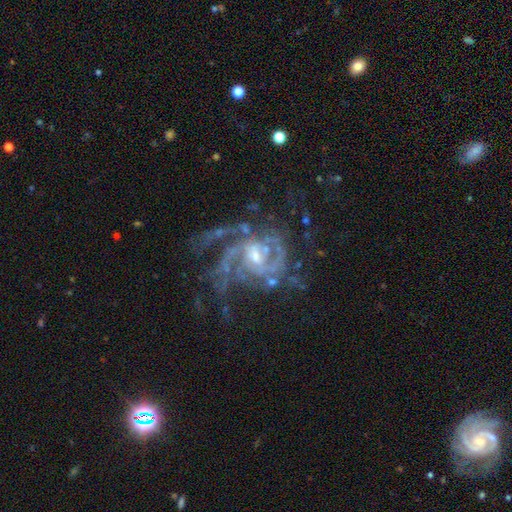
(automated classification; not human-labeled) Smooth or featured: featured or disk — 90% (star or artifact — 6%)
Edge-on disk: no — 98% (yes — 2%)
Bar: weak — 48% (no — 37%)
Spiral arms: yes — 96% (no — 4%)
Spiral winding: medium — 46% (tight — 41%)
Spiral arm count: 2 — 26% (3 — 25%)
Bulge size: moderate — 47% (small — 45%)
Merging: none — 51% (major disturbance — 27%)